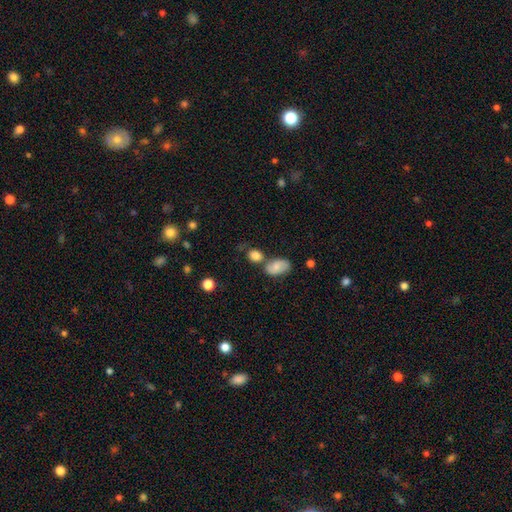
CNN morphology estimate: A smooth galaxy with no disk features (80%) that is round (57%). Merging: none (53%).